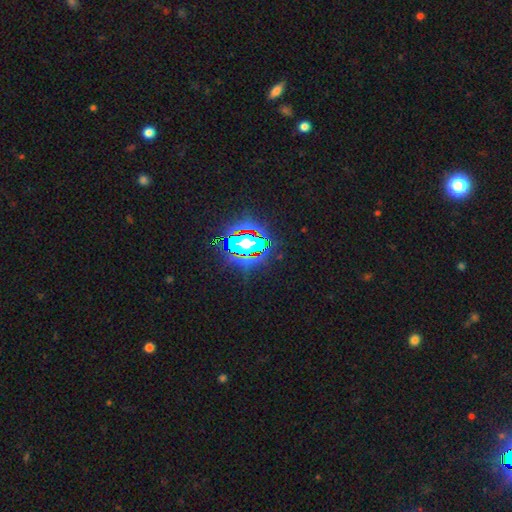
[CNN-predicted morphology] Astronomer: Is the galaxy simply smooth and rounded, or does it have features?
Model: star or artifact — 82%.